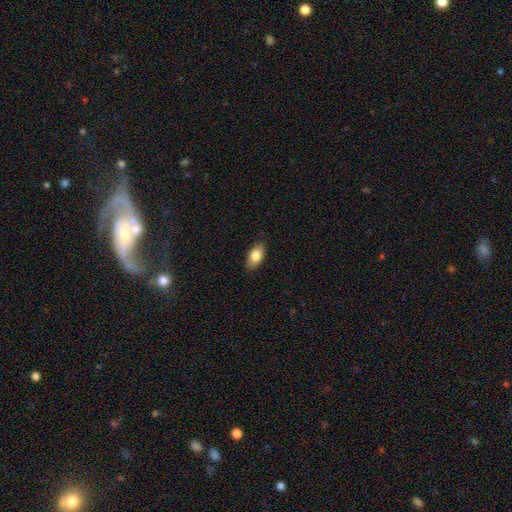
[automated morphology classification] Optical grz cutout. It shows a smooth galaxy with no disk features (82%) that is in between round and cigar-shaped (90%). Merging: none (86%).